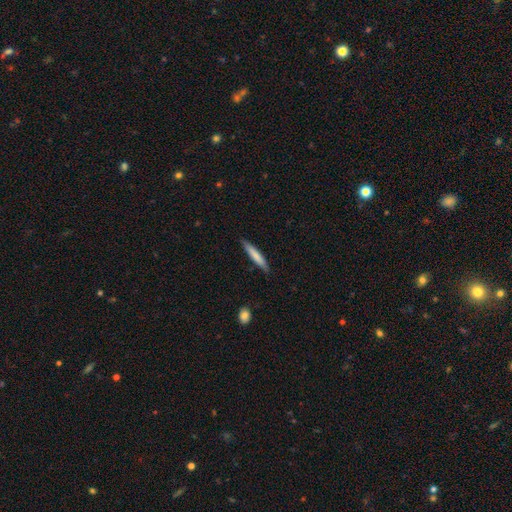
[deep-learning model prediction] A smooth galaxy with no disk features (74%) that is cigar-shaped (92%).

Vote fractions:
- Smooth or featured? smooth: 74% / featured or disk: 21% / star or artifact: 5%
- How rounded? cigar-shaped: 92% / in between: 7% / round: 1%
- Merging? none: 86% / minor disturbance: 11% / major disturbance: 2% / merger: 1%